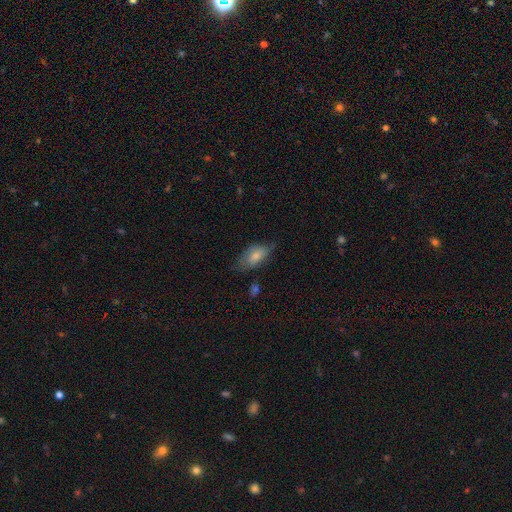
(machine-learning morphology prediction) A smooth galaxy with no disk features (73%) that is in between round and cigar-shaped (90%). Merging: none (56%).